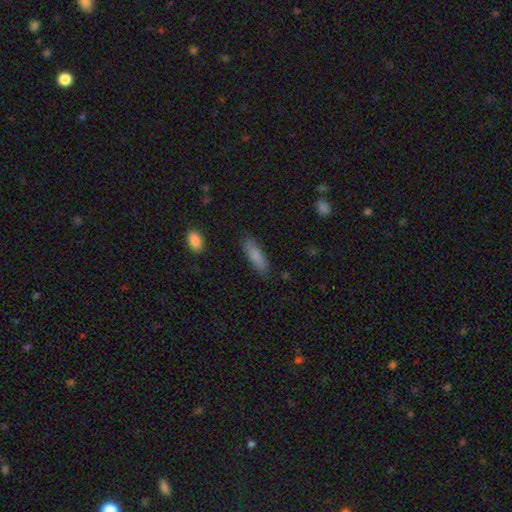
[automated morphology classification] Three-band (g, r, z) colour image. It shows a smooth galaxy with no disk features (84%) that is cigar-shaped (57%). Merging: none (85%).